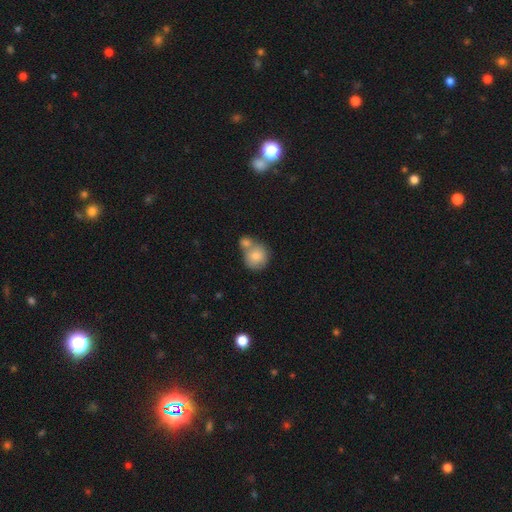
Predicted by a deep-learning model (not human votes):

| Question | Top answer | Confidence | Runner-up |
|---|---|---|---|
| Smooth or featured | smooth | 80% | featured or disk (12%) |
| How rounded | round | 85% | in between (14%) |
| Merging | merger | 50% | none (37%) |